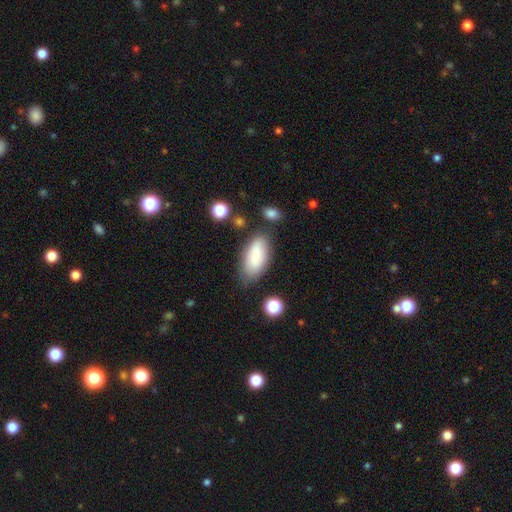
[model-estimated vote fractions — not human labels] Q: Smooth or featured?
A: smooth (83%); runner-up: featured or disk (10%)
Q: How rounded?
A: in between (86%); runner-up: cigar-shaped (12%)
Q: Merging?
A: none (73%); runner-up: minor disturbance (17%)